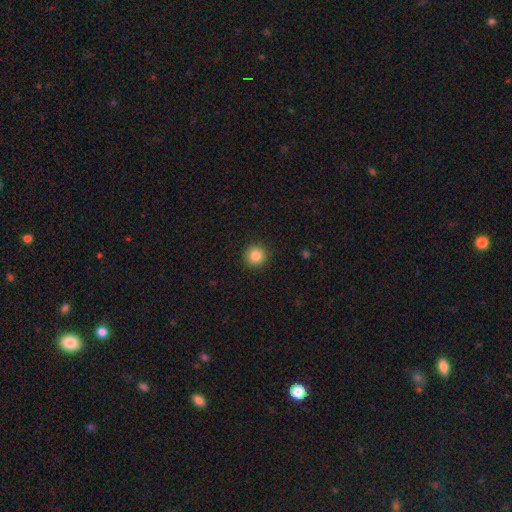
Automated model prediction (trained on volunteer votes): This is clearly a smooth galaxy (85%). How rounded: clearly round (95%). Merging: clearly none (92%).